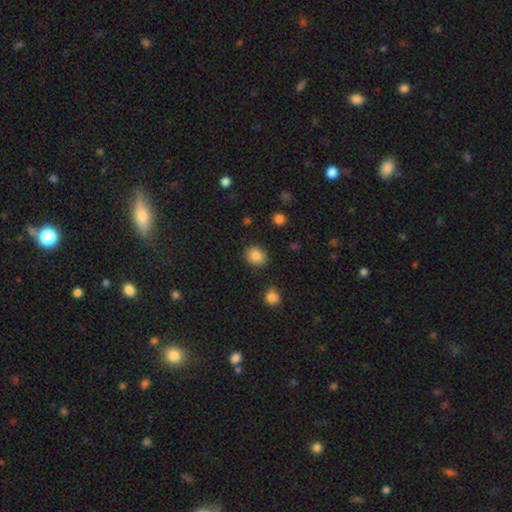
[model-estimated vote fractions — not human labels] Overall: smooth (87%). How rounded: round (58%; in between 41%). Merging: none (85%).